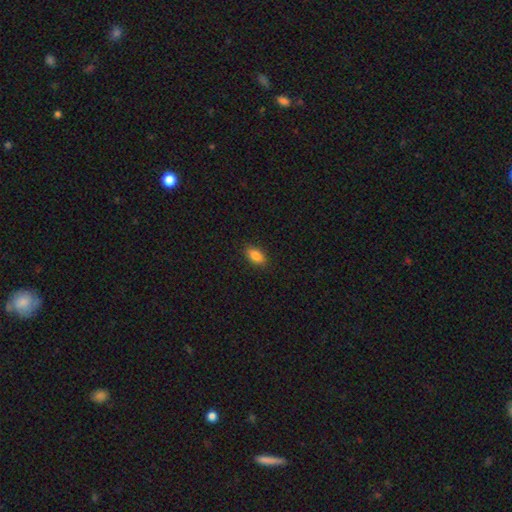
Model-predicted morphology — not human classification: smooth_or_featured: smooth (p=0.85) [alt: star or artifact p=0.08]
how_rounded: in between (p=0.90) [alt: round p=0.06]
merging: none (p=0.89) [alt: minor disturbance p=0.08]